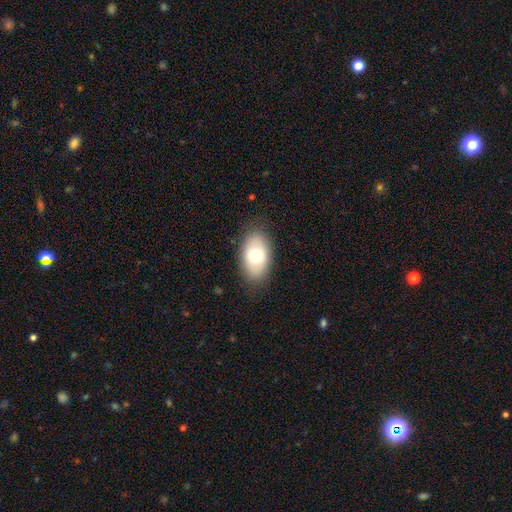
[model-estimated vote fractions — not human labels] Smooth or featured? smooth (72%)
How rounded? in between (92%)
Merging? none (84%)